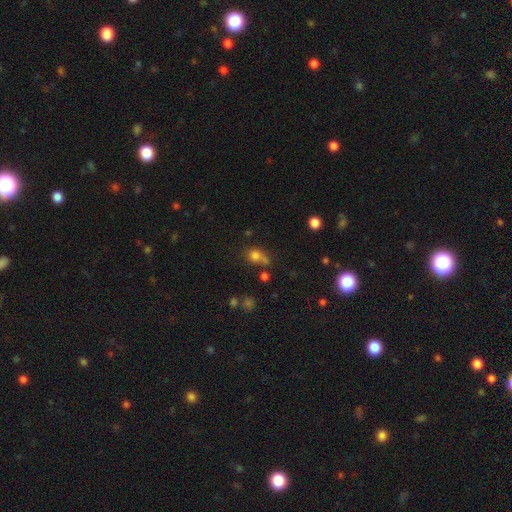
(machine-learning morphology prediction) smooth_or_featured: smooth (p=0.75) [alt: star or artifact p=0.16]
how_rounded: round (p=0.64) [alt: in between p=0.34]
merging: none (p=0.44) [alt: merger p=0.26]